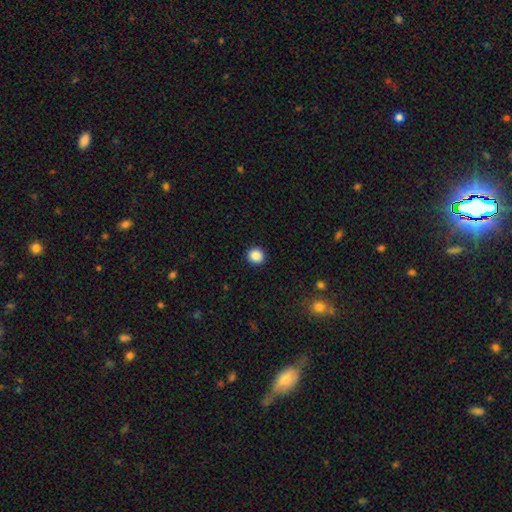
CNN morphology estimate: Smooth or featured?
  - smooth: 88% *
  - star or artifact: 10%
  - featured or disk: 3%
How rounded?
  - round: 93% *
  - in between: 6%
  - cigar-shaped: 1%
Merging?
  - none: 92% *
  - minor disturbance: 5%
  - major disturbance: 2%
  - merger: 1%